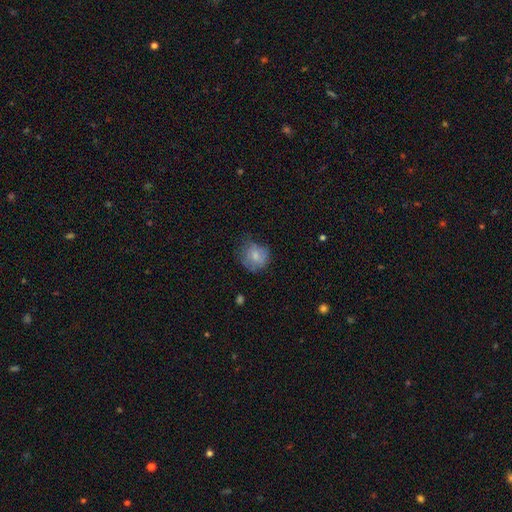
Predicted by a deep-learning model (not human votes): A smooth galaxy with no disk features (73%) that is round (77%).

Vote fractions:
- Smooth or featured? smooth: 73% / featured or disk: 19% / star or artifact: 8%
- How rounded? round: 77% / in between: 22% / cigar-shaped: 1%
- Merging? none: 57% / minor disturbance: 30% / major disturbance: 12% / merger: 2%